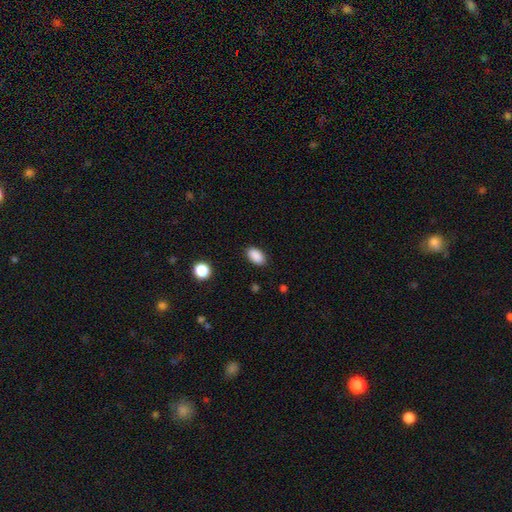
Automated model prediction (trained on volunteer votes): The model was most divided on "merging": none: 88%, minor disturbance: 9%, major disturbance: 2%, merger: 1%. More confident: how rounded — in between (92%); smooth or featured — smooth (89%).